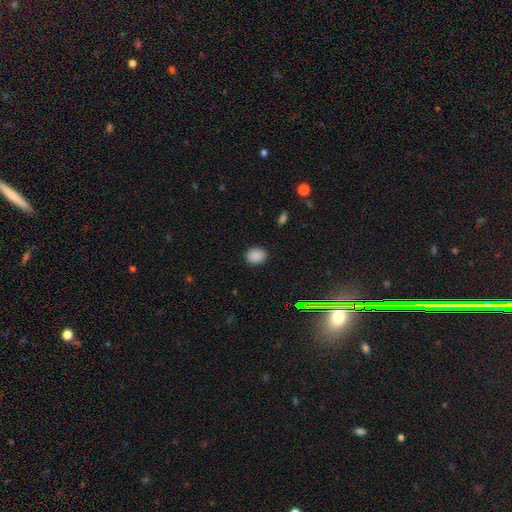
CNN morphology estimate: Smooth or featured?
  - smooth: 88% *
  - star or artifact: 9%
  - featured or disk: 3%
How rounded?
  - in between: 53% *
  - round: 46%
  - cigar-shaped: 1%
Merging?
  - none: 89% *
  - minor disturbance: 8%
  - major disturbance: 2%
  - merger: 1%